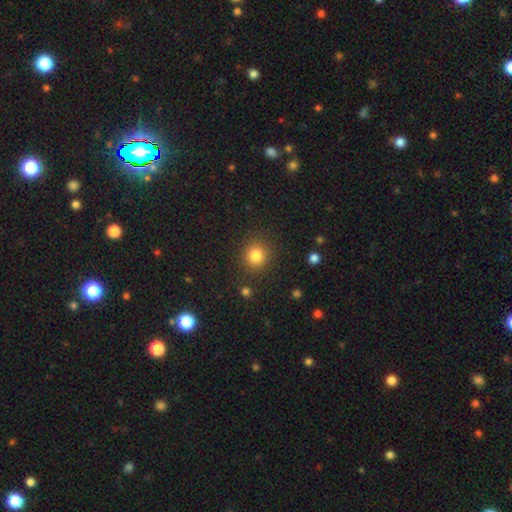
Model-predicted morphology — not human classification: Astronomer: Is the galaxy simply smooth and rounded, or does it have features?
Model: smooth — 83%.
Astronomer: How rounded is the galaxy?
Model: round — 89%.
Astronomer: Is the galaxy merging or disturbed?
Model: none — 88%.